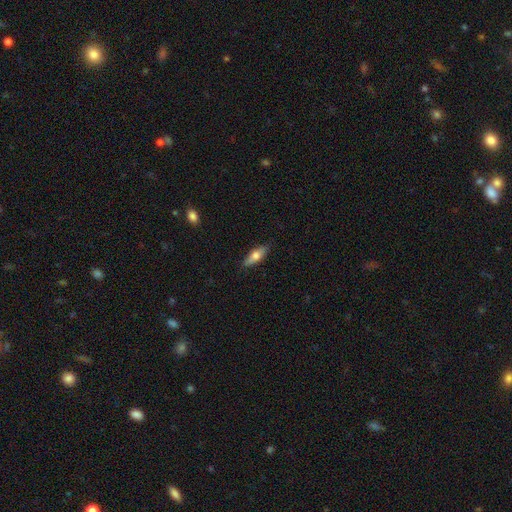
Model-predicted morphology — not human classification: Overall: smooth (59%; featured or disk 35%). How rounded: in between (53%; cigar-shaped 44%). Merging: none (86%).